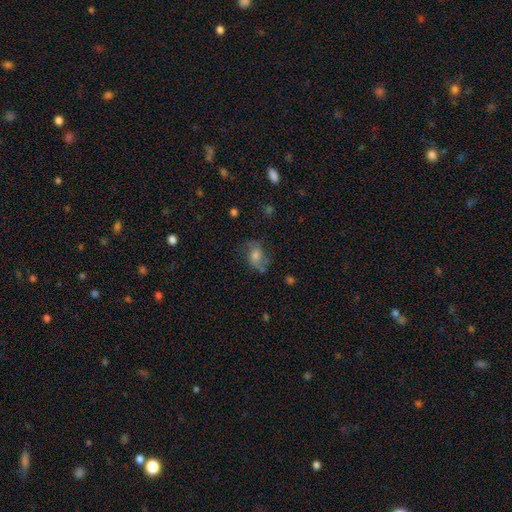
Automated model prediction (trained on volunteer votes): This is possibly a featured or disk galaxy (50%). Merging: likely none (65%).